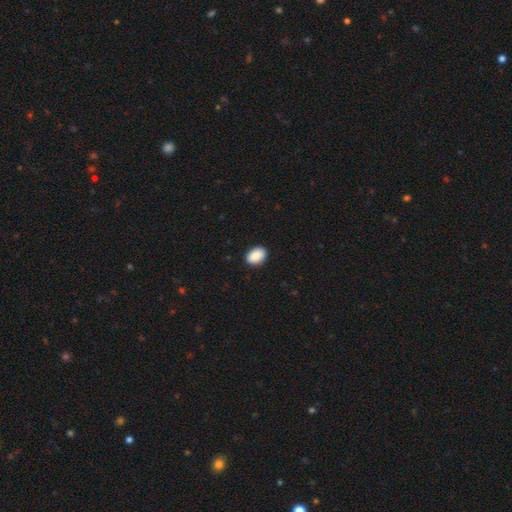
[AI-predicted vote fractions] smooth_or_featured: smooth (p=0.90) [alt: star or artifact p=0.07]
how_rounded: in between (p=0.83) [alt: round p=0.16]
merging: none (p=0.90) [alt: minor disturbance p=0.08]